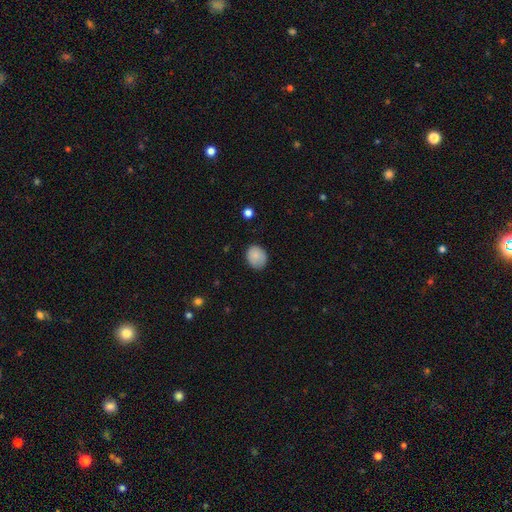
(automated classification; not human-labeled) Smooth or featured? smooth (86%)
How rounded? round (53%)
Merging? none (80%)